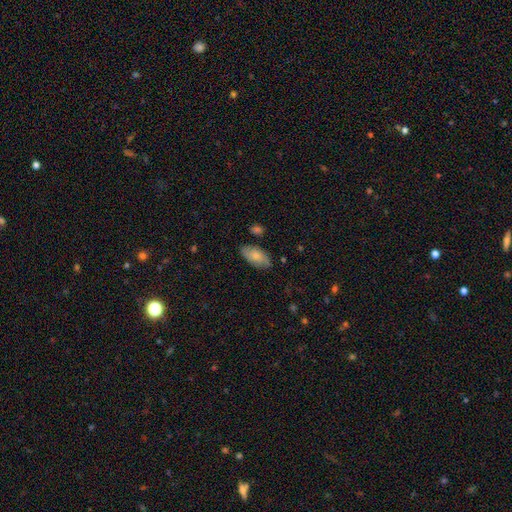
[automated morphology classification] Smooth or featured? Predicted: smooth (p=0.75). How rounded? Predicted: in between (p=0.93). Merging? Predicted: none (p=0.79).